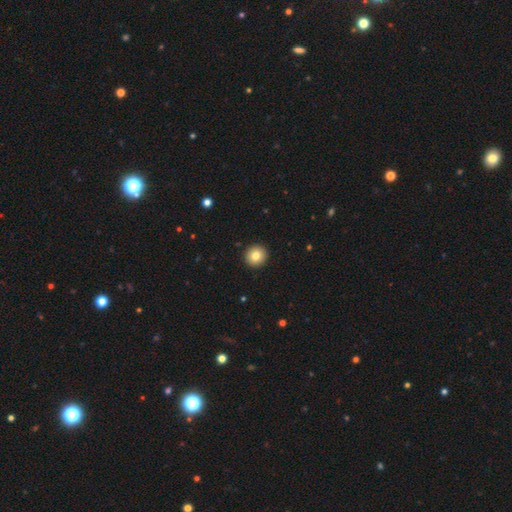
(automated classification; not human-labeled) smooth 81%, featured or disk 10%, star or artifact 10%. Down the decision tree: how rounded — round (95%); merging — none (94%).